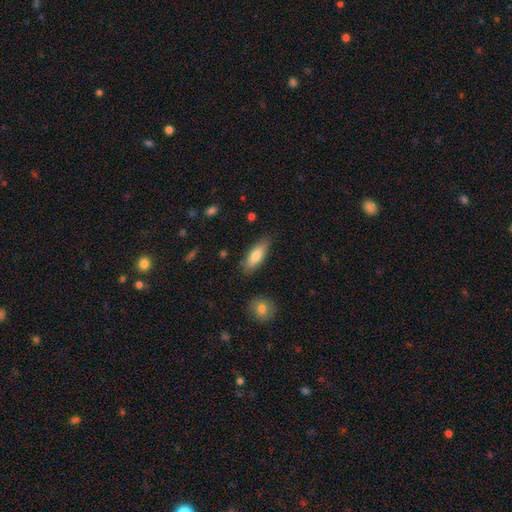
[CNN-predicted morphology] smooth_or_featured: smooth (p=0.77) [alt: featured or disk p=0.17]
how_rounded: in between (p=0.68) [alt: cigar-shaped p=0.29]
merging: none (p=0.80) [alt: minor disturbance p=0.15]